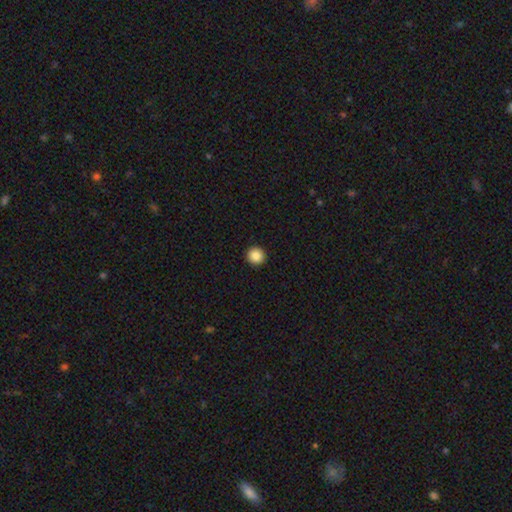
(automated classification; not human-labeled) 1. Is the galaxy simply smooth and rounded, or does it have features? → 87% smooth, 10% star or artifact, 3% featured or disk.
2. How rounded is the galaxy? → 95% round, 4% in between, 1% cigar-shaped.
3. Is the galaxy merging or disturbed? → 94% none, 4% minor disturbance, 1% major disturbance, 1% merger.